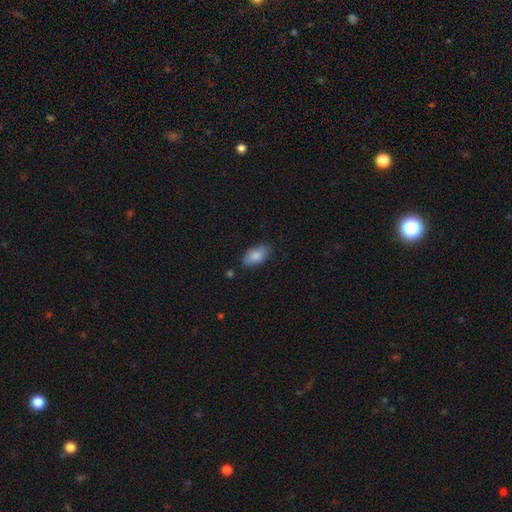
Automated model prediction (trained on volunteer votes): This appears to be a smooth galaxy with no disk features (85%) that is in between round and cigar-shaped (93%). Merging: none (78%).